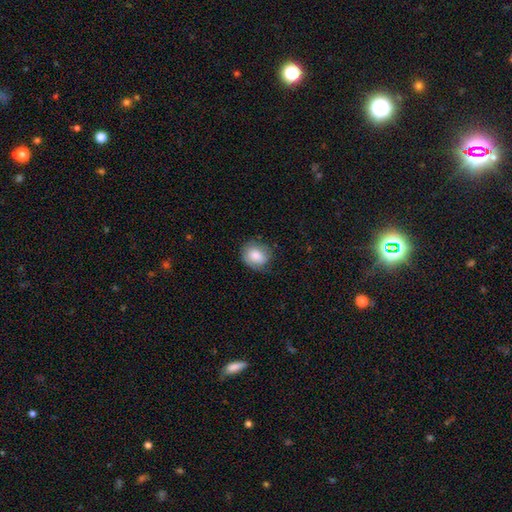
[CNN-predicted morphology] Smooth or featured: smooth — 79% (featured or disk — 14%)
How rounded: round — 61% (in between — 38%)
Merging: none — 67% (minor disturbance — 24%)